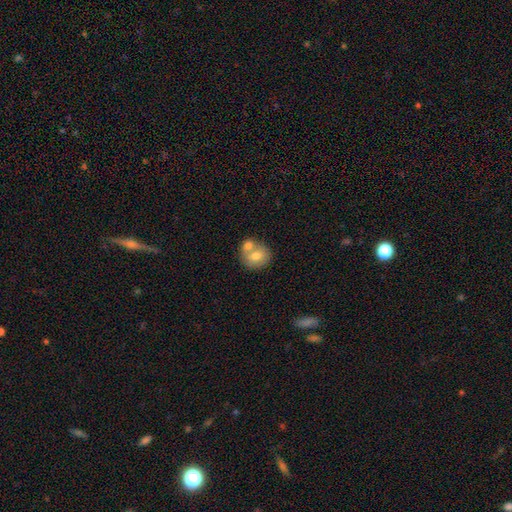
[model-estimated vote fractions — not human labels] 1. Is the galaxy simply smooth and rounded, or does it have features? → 70% smooth, 22% featured or disk, 8% star or artifact.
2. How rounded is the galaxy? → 77% round, 22% in between, 1% cigar-shaped.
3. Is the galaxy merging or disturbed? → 47% merger, 41% none, 9% minor disturbance, 3% major disturbance.